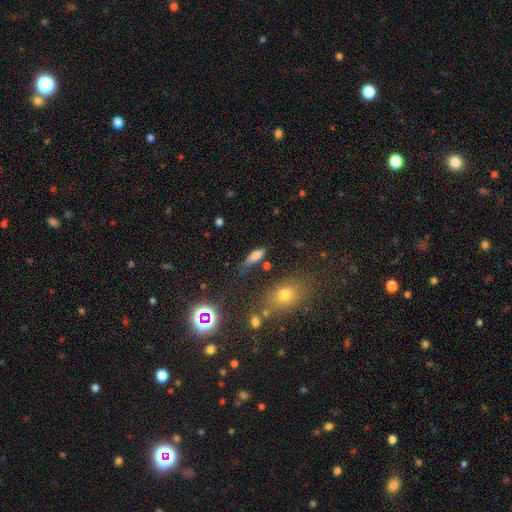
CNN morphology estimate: This appears to be a smooth galaxy with no disk features (75%) that is in between round and cigar-shaped (58%). Merging: none (57%).